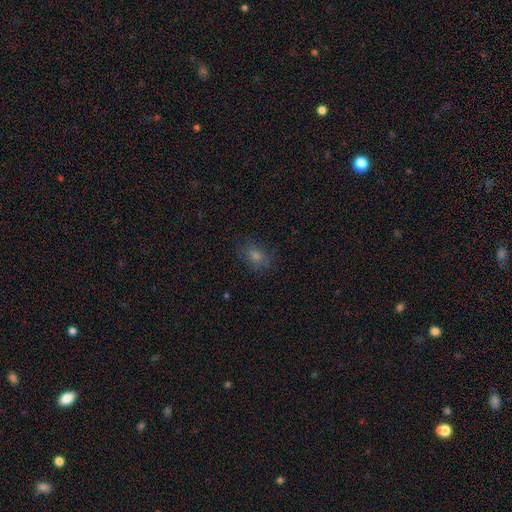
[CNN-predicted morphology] Smooth or featured? Predicted: smooth (p=0.65). How rounded? Predicted: in between (p=0.50). Merging? Predicted: none (p=0.81).